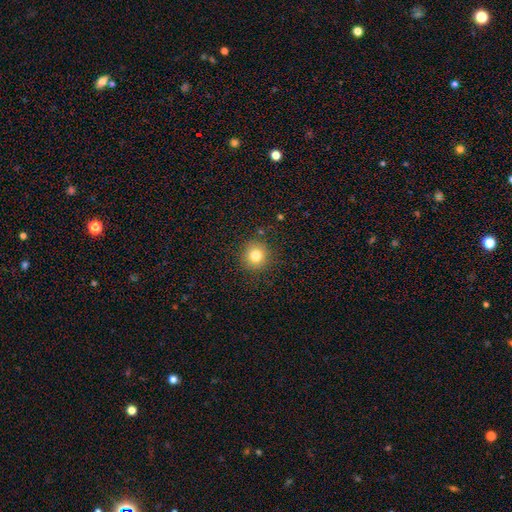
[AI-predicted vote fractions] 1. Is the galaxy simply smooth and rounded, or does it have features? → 80% smooth, 12% star or artifact, 8% featured or disk.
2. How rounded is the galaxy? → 93% round, 6% in between, 1% cigar-shaped.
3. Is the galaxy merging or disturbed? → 89% none, 7% minor disturbance, 3% major disturbance, 1% merger.